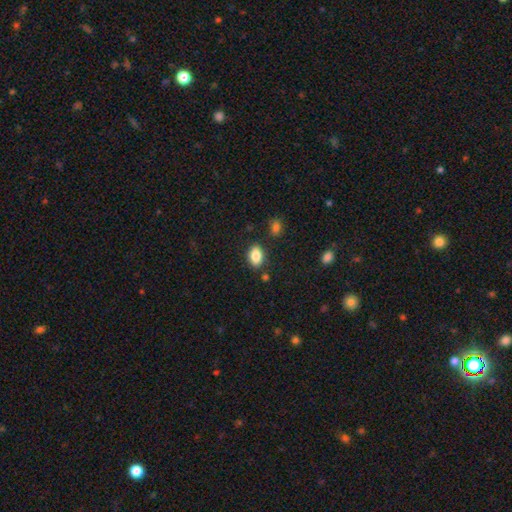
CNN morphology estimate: The model was most divided on "merging": none: 82%, minor disturbance: 11%, merger: 4%, major disturbance: 3%. More confident: how rounded — in between (88%); smooth or featured — smooth (85%).